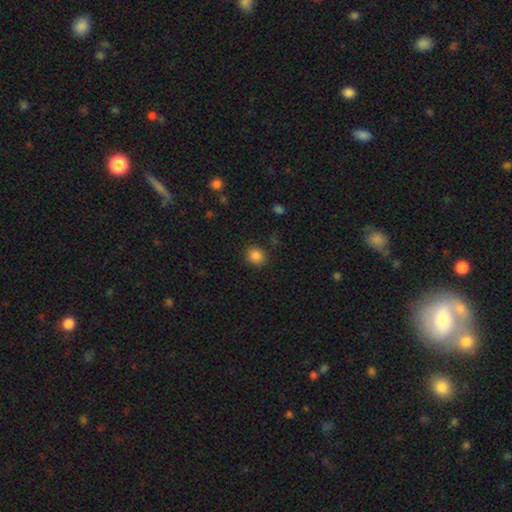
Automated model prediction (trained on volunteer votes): A smooth galaxy with no disk features (86%) that is round (82%). Merging: none (87%).